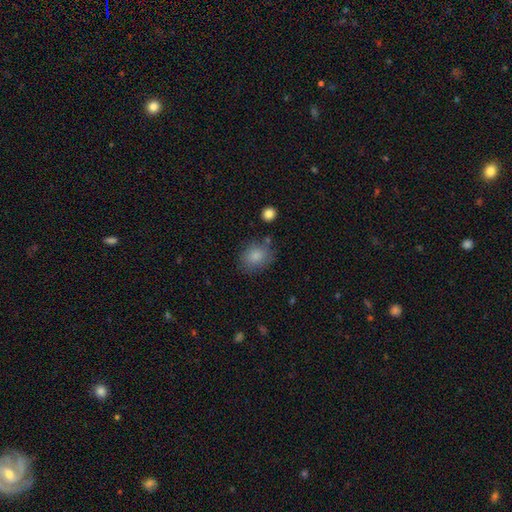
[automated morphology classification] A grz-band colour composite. It shows a smooth galaxy with no disk features (85%) that is round (53%). Merging: none (73%).